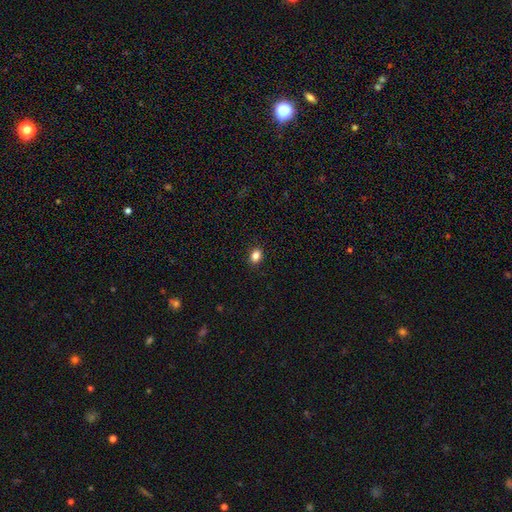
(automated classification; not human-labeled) This is clearly a smooth galaxy (85%). How rounded: likely in between (66%). Merging: clearly none (90%).